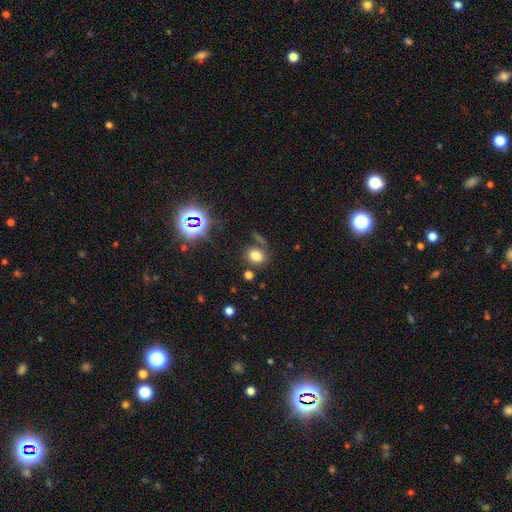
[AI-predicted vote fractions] A smooth galaxy with no disk features (73%) that is in between round and cigar-shaped (55%). Merging: none (72%).